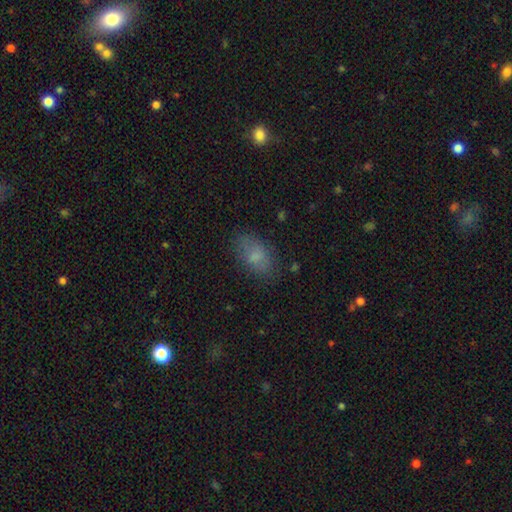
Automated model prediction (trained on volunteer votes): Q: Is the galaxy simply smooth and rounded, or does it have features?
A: smooth — 77%.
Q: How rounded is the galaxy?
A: in between — 90%.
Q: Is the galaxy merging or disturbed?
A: none — 77%.